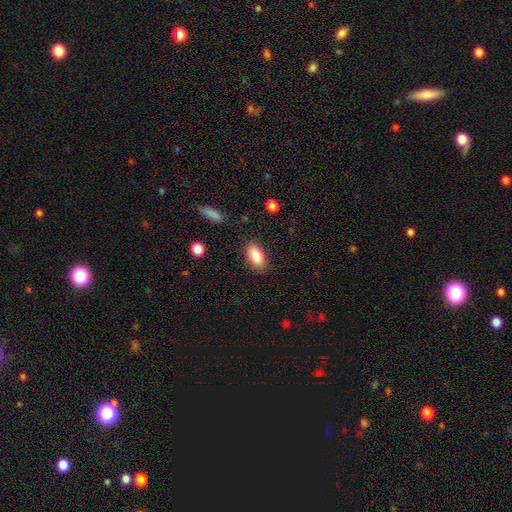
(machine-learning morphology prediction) Overall: smooth (85%). How rounded: in between (89%). Merging: none (86%).